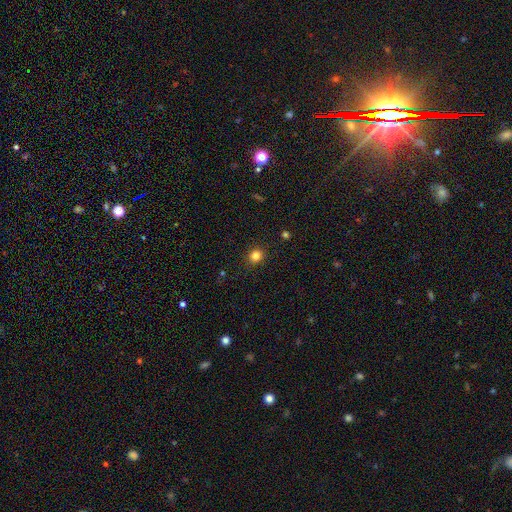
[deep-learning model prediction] A smooth galaxy with no disk features (82%) that is round (83%). Merging: none (90%).